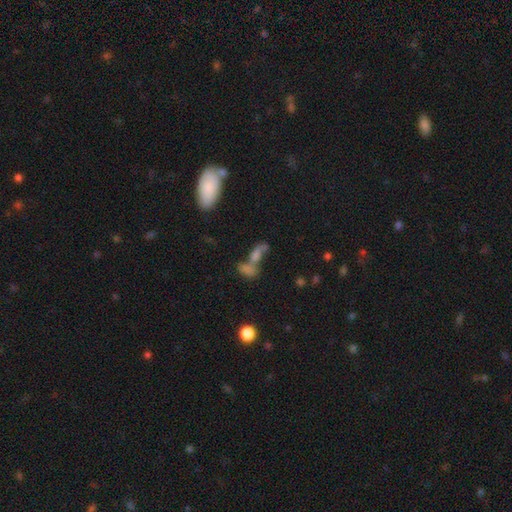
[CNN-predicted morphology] A smooth galaxy with no disk features (55%) that is in between round and cigar-shaped (64%). Merging: merger (52%).